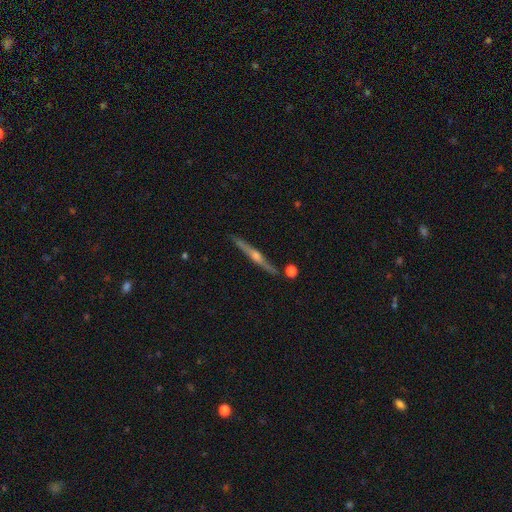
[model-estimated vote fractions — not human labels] featured or disk 82%, smooth 12%, star or artifact 6%. Down the decision tree: edge-on disk — yes (98%); edge-on bulge — rounded (89%); merging — none (88%).